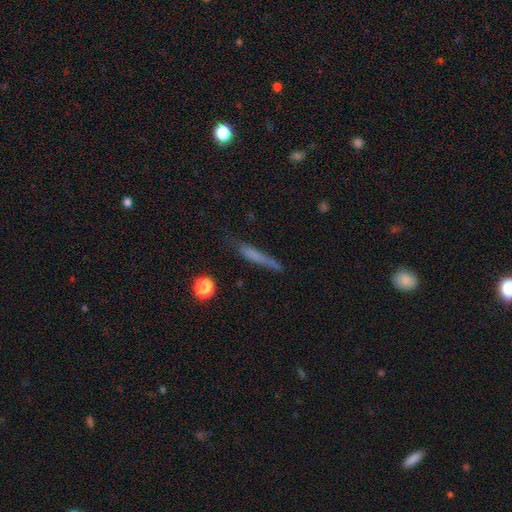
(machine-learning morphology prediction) Smooth or featured: smooth — 60% (featured or disk — 30%)
How rounded: cigar-shaped — 92% (in between — 6%)
Merging: none — 69% (minor disturbance — 21%)